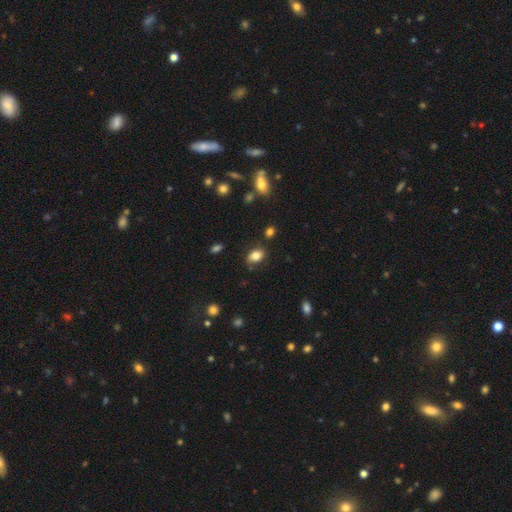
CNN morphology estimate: Smooth or featured: smooth — 82% (star or artifact — 10%)
How rounded: in between — 76% (round — 22%)
Merging: none — 77% (minor disturbance — 16%)